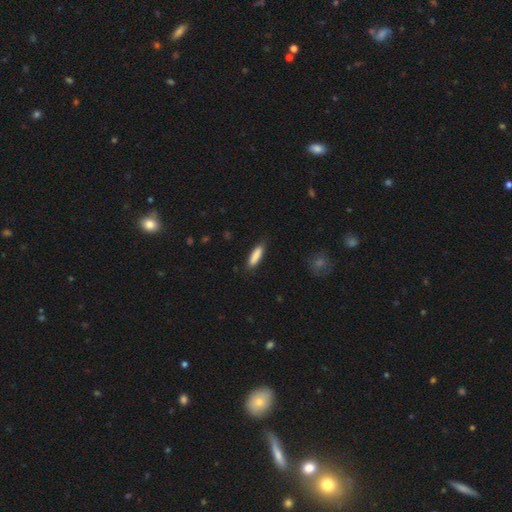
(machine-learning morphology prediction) Q: Smooth or featured?
A: smooth (88%); runner-up: featured or disk (6%)
Q: How rounded?
A: cigar-shaped (62%); runner-up: in between (37%)
Q: Merging?
A: none (84%); runner-up: minor disturbance (12%)